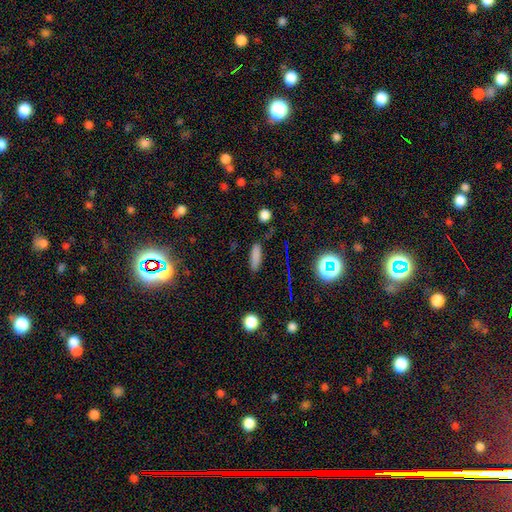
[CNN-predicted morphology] Smooth or featured?
  - smooth: 77% *
  - star or artifact: 15%
  - featured or disk: 8%
How rounded?
  - cigar-shaped: 50% *
  - in between: 47%
  - round: 3%
Merging?
  - none: 80% *
  - minor disturbance: 13%
  - major disturbance: 3%
  - merger: 3%